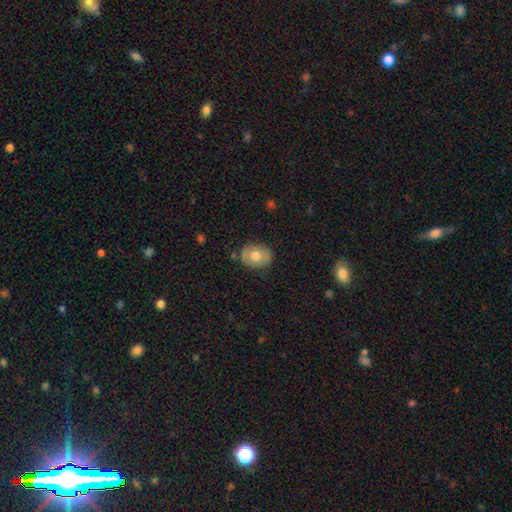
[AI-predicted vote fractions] Q: Smooth or featured?
A: smooth (65%); runner-up: featured or disk (27%)
Q: How rounded?
A: round (52%); runner-up: in between (47%)
Q: Merging?
A: none (82%); runner-up: minor disturbance (13%)